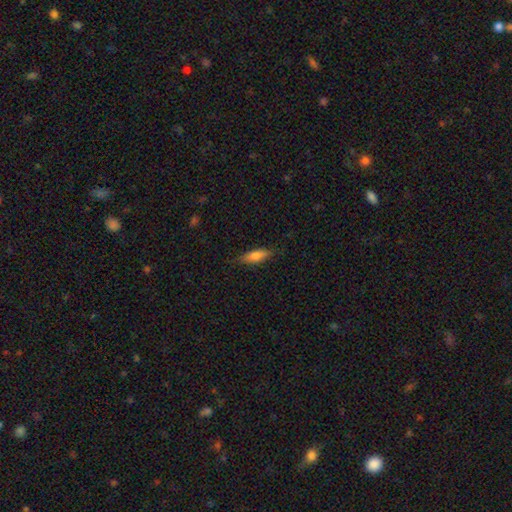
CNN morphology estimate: Overall: smooth (76%). How rounded: in between (51%; cigar-shaped 46%). Merging: none (81%).